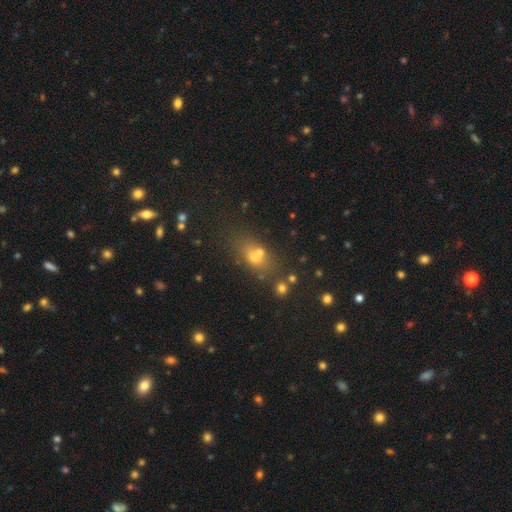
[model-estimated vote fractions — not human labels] Smooth or featured: smooth — 55% (star or artifact — 25%)
How rounded: in between — 60% (round — 32%)
Merging: none — 45% (merger — 33%)